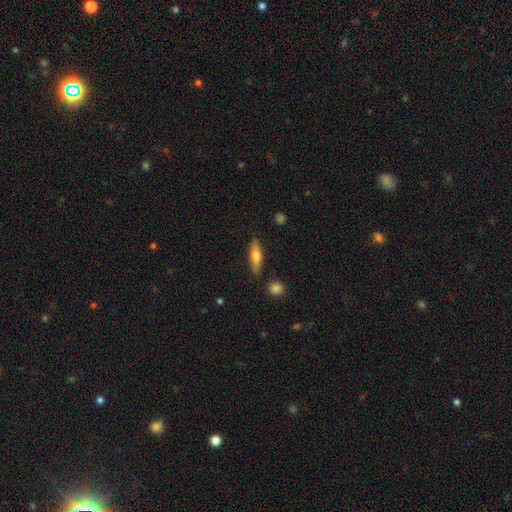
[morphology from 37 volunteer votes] A smooth galaxy with no disk features (62%) that is cigar-shaped (70%).

Vote fractions:
- Smooth or featured? smooth: 62% / featured or disk: 32% / star or artifact: 5%
- How rounded? cigar-shaped: 70% / in between: 30% / round: 0%
- Merging? none: 91% / major disturbance: 6% / minor disturbance: 3% / merger: 0%